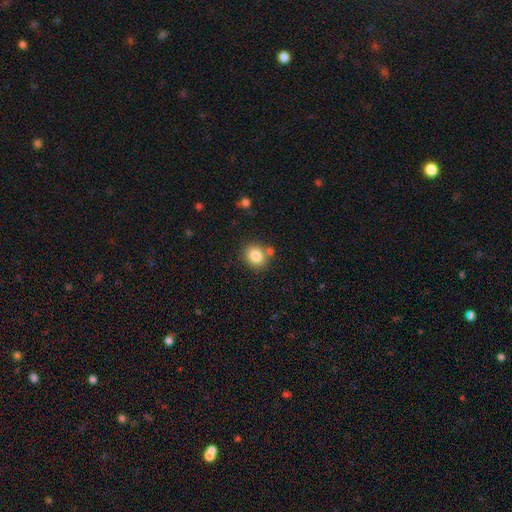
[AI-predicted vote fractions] smooth_or_featured: smooth (p=0.83) [alt: star or artifact p=0.10]
how_rounded: round (p=0.71) [alt: in between p=0.28]
merging: none (p=0.73) [alt: merger p=0.13]